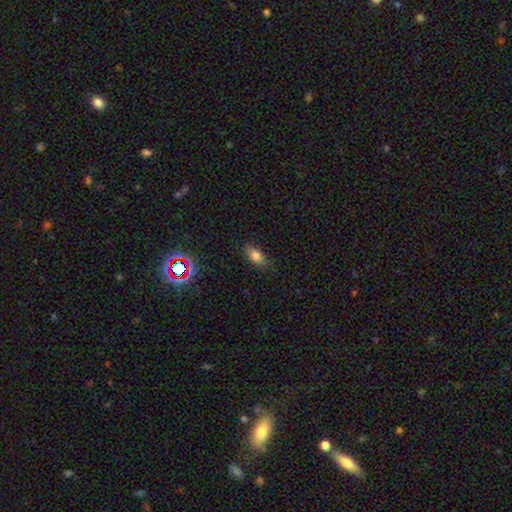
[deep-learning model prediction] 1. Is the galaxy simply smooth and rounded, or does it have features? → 78% smooth, 11% star or artifact, 11% featured or disk.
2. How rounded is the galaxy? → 84% in between, 10% cigar-shaped, 6% round.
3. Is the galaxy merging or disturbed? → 84% none, 12% minor disturbance, 3% major disturbance, 1% merger.